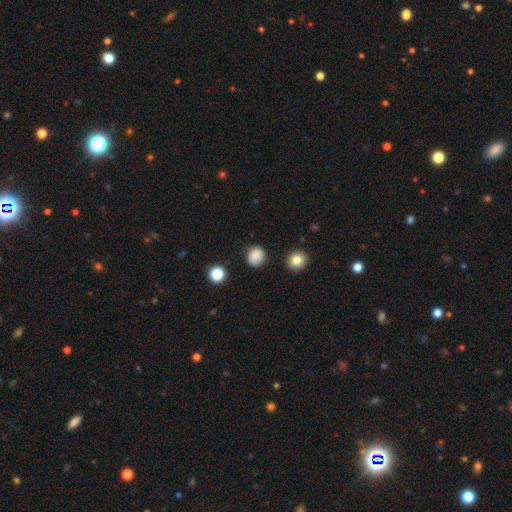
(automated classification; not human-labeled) smooth-or-featured: smooth: 85% | star or artifact: 10% | featured or disk: 5%
  how-rounded: round: 85% | in between: 14% | cigar-shaped: 1%
  merging: none: 84% | minor disturbance: 11% | major disturbance: 3% | merger: 2%